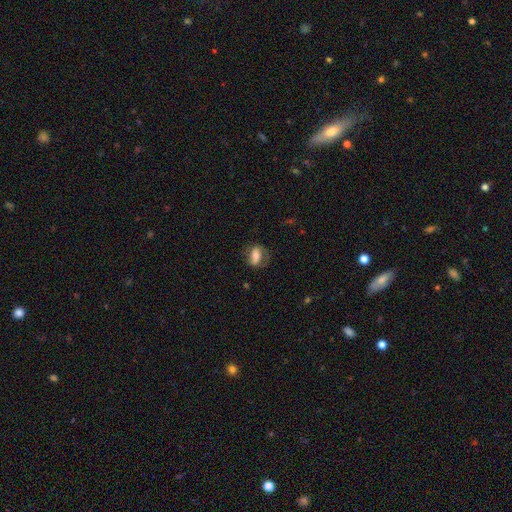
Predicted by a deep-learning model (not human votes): smooth 50%, featured or disk 42%, star or artifact 8%. Down the decision tree: how rounded — in between (74%); merging — none (62%).